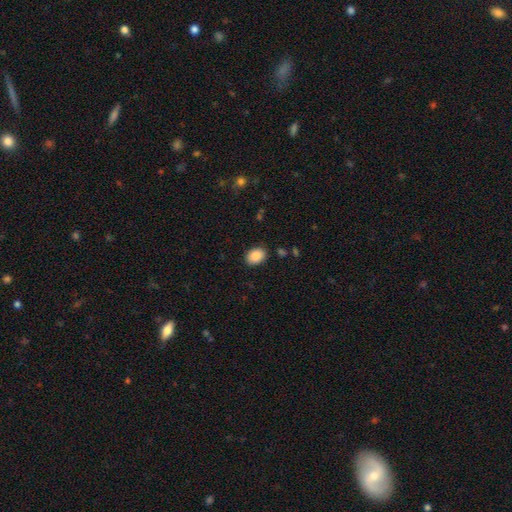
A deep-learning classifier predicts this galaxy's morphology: Smooth or featured: smooth — 87% (star or artifact — 8%)
How rounded: in between — 73% (round — 26%)
Merging: none — 88% (minor disturbance — 9%)